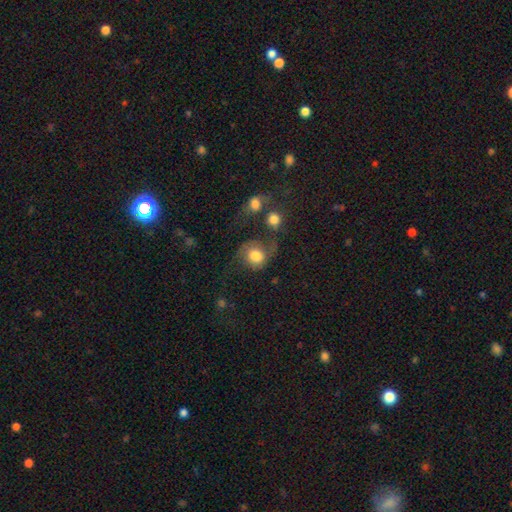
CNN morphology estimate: Smooth or featured? smooth (67%)
How rounded? round (76%)
Merging? none (39%)